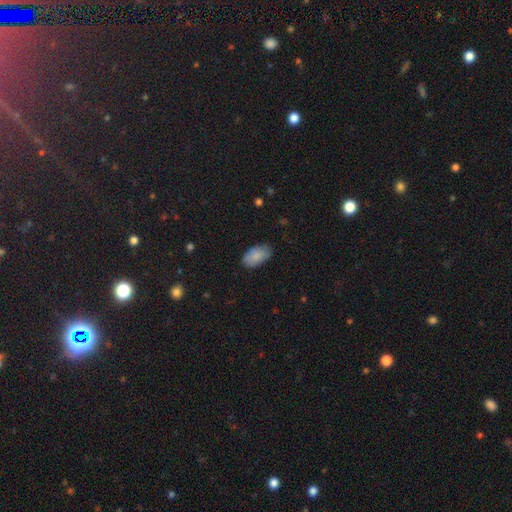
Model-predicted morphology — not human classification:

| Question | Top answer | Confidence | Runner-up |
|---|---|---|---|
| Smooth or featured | smooth | 87% | featured or disk (7%) |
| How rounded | in between | 94% | round (4%) |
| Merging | none | 79% | minor disturbance (17%) |